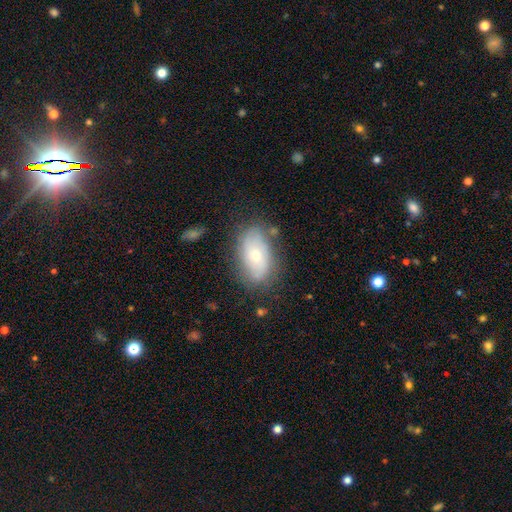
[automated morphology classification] smooth 53%, featured or disk 39%, star or artifact 8%. Down the decision tree: how rounded — in between (91%); merging — none (71%).